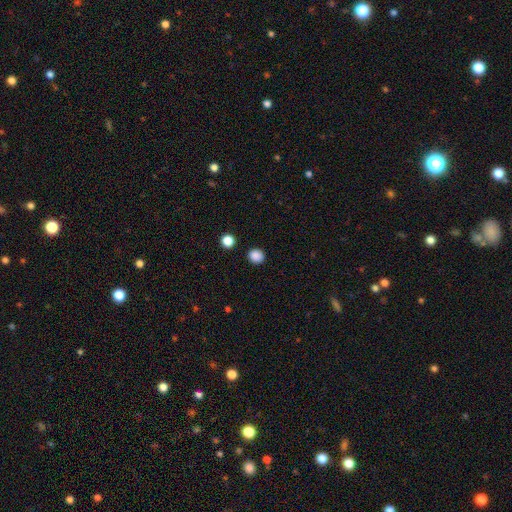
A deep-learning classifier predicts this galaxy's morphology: Q: Smooth or featured?
A: smooth (87%); runner-up: star or artifact (10%)
Q: How rounded?
A: round (85%); runner-up: in between (14%)
Q: Merging?
A: none (90%); runner-up: minor disturbance (6%)